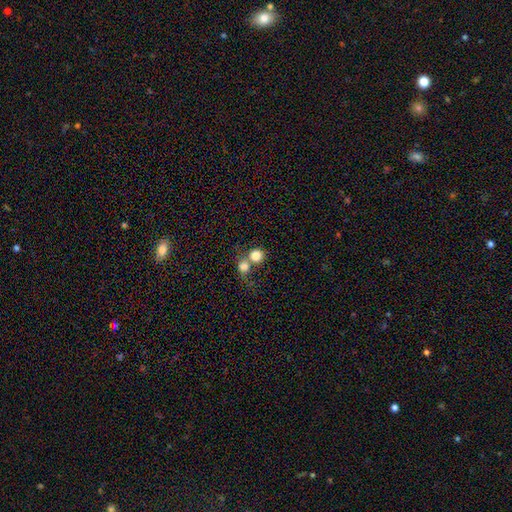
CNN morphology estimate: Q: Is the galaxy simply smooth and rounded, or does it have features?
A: smooth — 82%.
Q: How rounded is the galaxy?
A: round — 88%.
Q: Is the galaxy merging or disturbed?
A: merger — 46%.